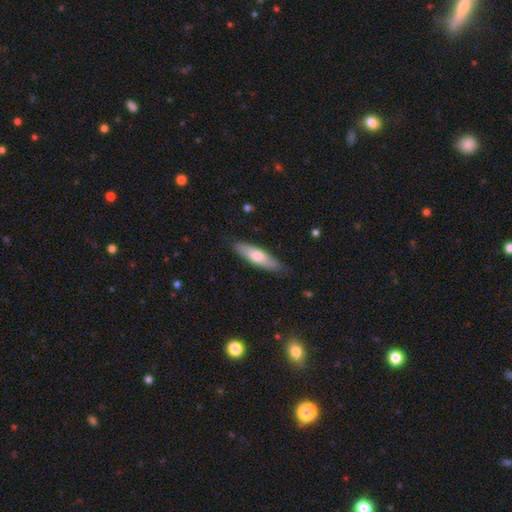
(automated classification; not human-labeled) smooth_or_featured: smooth (p=0.64) [alt: featured or disk p=0.30]
how_rounded: cigar-shaped (p=0.63) [alt: in between p=0.35]
merging: none (p=0.83) [alt: minor disturbance p=0.14]